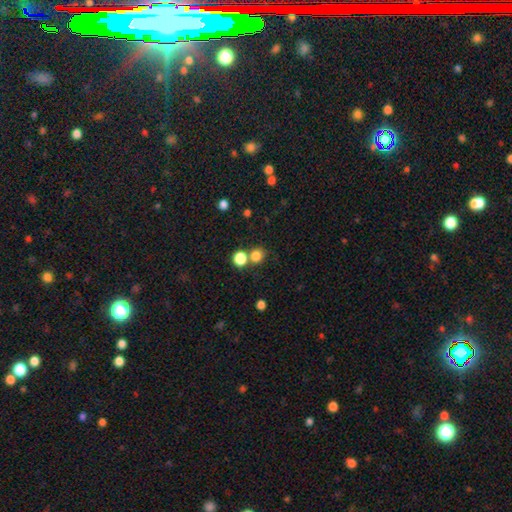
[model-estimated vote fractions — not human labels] Smooth or featured: smooth — 80% (star or artifact — 15%)
How rounded: round — 84% (in between — 15%)
Merging: none — 61% (merger — 27%)